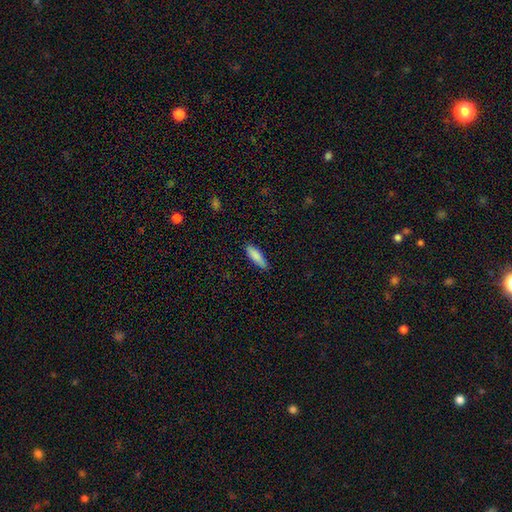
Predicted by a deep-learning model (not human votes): A smooth galaxy with no disk features (87%) that is cigar-shaped (56%).

Vote fractions:
- Smooth or featured? smooth: 87% / featured or disk: 7% / star or artifact: 6%
- How rounded? cigar-shaped: 56% / in between: 42% / round: 2%
- Merging? none: 85% / minor disturbance: 12% / major disturbance: 2% / merger: 1%